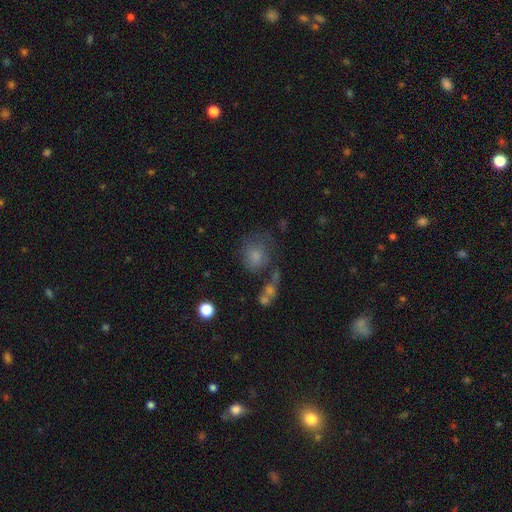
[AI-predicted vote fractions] Morphology: type=smooth (67%); roundness=round (66%); merging=none (43%).